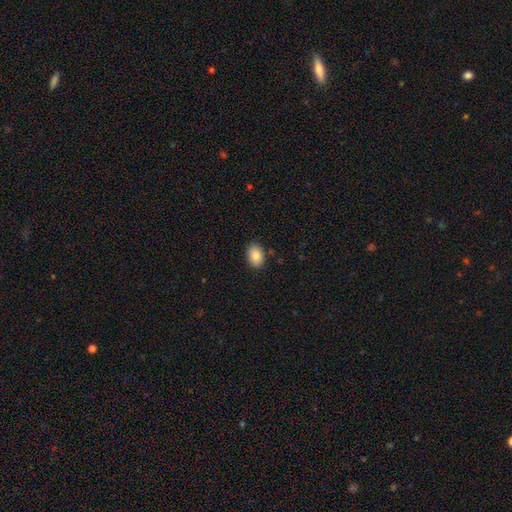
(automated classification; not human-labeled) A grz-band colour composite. It shows a smooth galaxy with no disk features (87%) that is in between round and cigar-shaped (82%). Merging: none (87%).